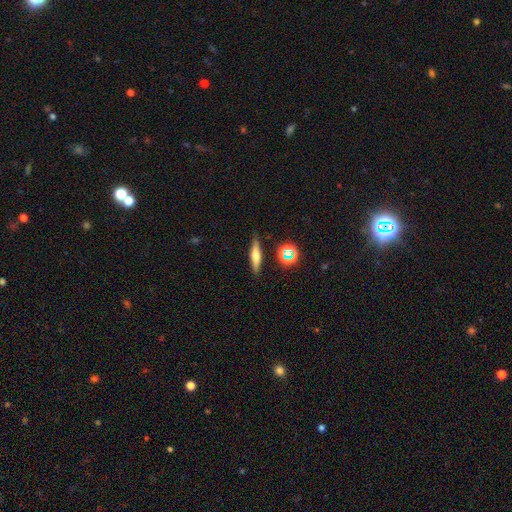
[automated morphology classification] Smooth or featured? Predicted: smooth (p=0.54). How rounded? Predicted: cigar-shaped (p=0.74). Merging? Predicted: none (p=0.85).